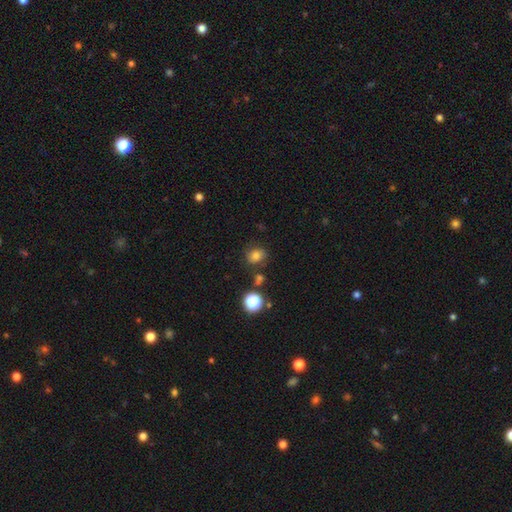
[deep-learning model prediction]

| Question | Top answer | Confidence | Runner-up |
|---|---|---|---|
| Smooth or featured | smooth | 75% | star or artifact (16%) |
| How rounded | round | 66% | in between (33%) |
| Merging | none | 75% | minor disturbance (14%) |